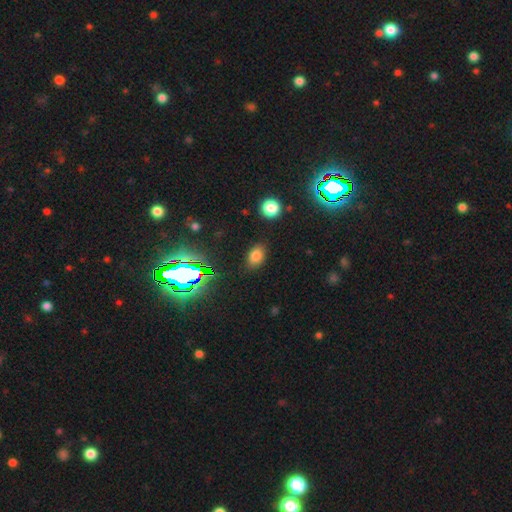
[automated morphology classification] This is likely a smooth galaxy (75%). How rounded: clearly in between (80%). Merging: clearly none (84%).